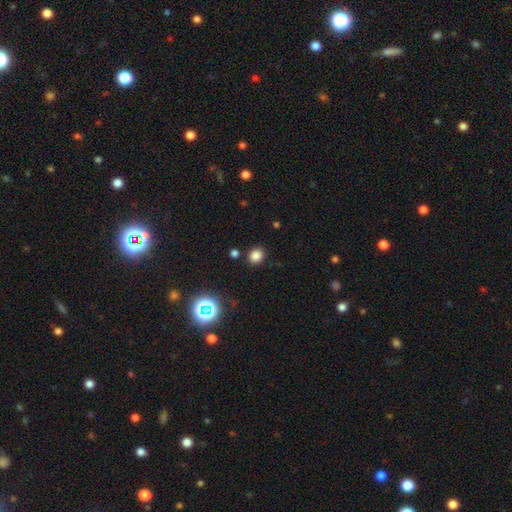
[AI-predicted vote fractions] This appears to be a smooth galaxy with no disk features (80%) that is round (73%). Merging: none (85%).